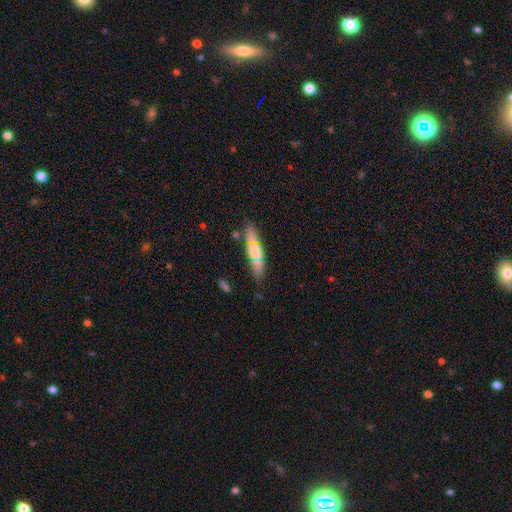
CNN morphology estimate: Overall: smooth (54%; featured or disk 37%). How rounded: cigar-shaped (63%; in between 34%). Merging: none (80%).